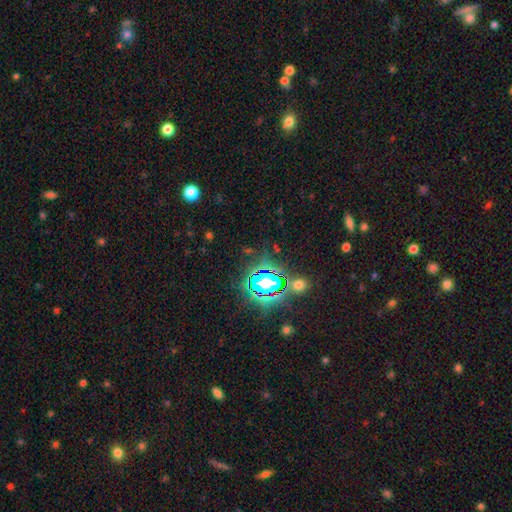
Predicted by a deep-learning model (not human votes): The model was most divided on "smooth or featured": star or artifact: 81%, smooth: 12%, featured or disk: 7%.